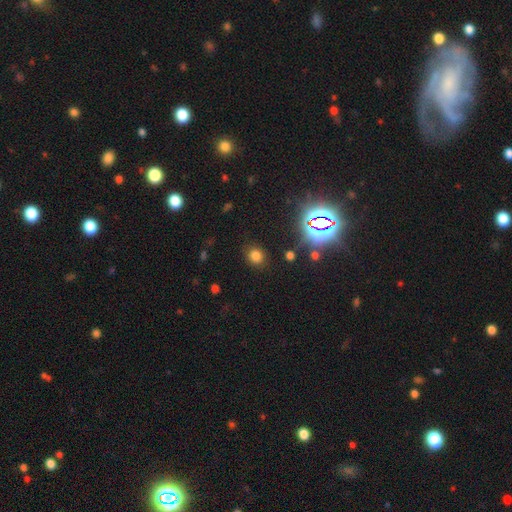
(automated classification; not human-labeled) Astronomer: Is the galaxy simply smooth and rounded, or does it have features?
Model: smooth — 73%.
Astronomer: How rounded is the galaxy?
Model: round — 71%.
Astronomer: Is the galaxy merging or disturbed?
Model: none — 86%.